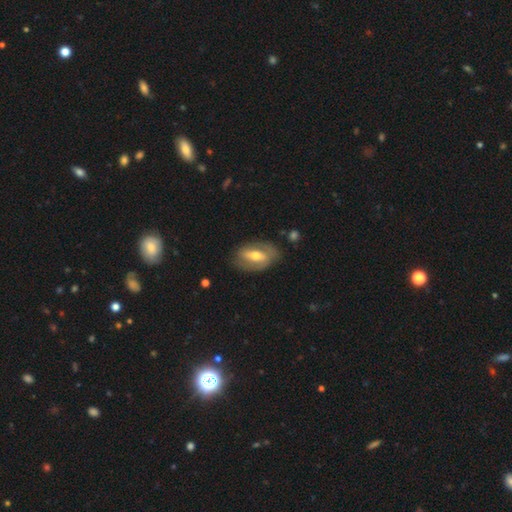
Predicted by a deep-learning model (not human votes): The model was most divided on "smooth or featured": featured or disk: 57%, smooth: 36%, star or artifact: 6%. More confident: edge-on disk — no (87%); merging — none (74%).